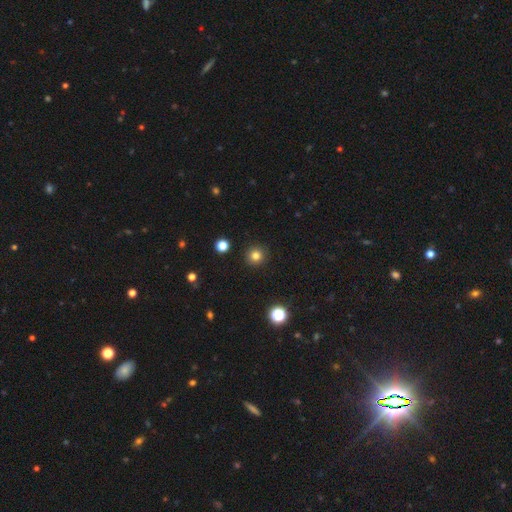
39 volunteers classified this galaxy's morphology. smooth-or-featured: smooth: 87% | star or artifact: 10% | featured or disk: 3%
  how-rounded: round: 94% | in between: 3% | cigar-shaped: 3%
  merging: none: 77% | merger: 11% | minor disturbance: 9% | major disturbance: 3%